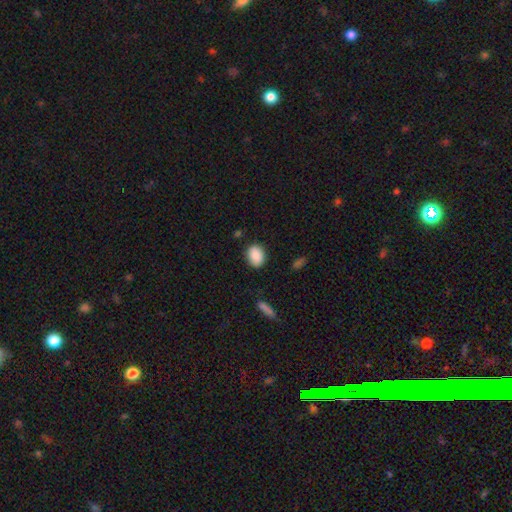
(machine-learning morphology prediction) A smooth galaxy with no disk features (89%) that is in between round and cigar-shaped (67%). Merging: none (85%).